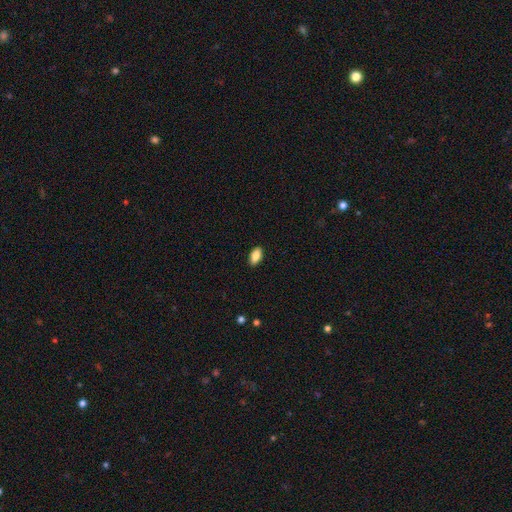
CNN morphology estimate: smooth_or_featured: smooth (p=0.84) [alt: featured or disk p=0.08]
how_rounded: in between (p=0.91) [alt: cigar-shaped p=0.06]
merging: none (p=0.90) [alt: minor disturbance p=0.07]